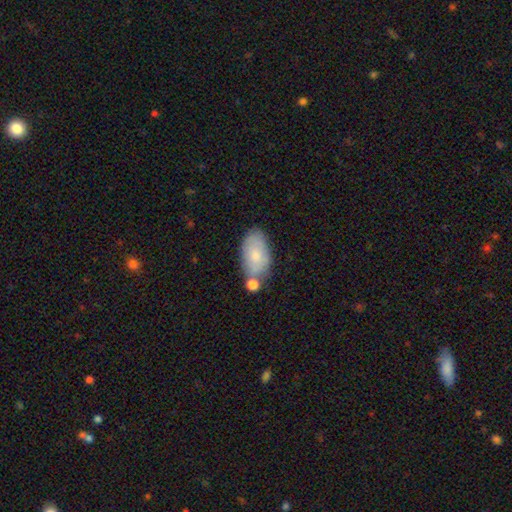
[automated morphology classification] The model was most divided on "merging": none: 63%, minor disturbance: 19%, merger: 14%, major disturbance: 5%. More confident: how rounded — in between (93%); smooth or featured — smooth (74%).